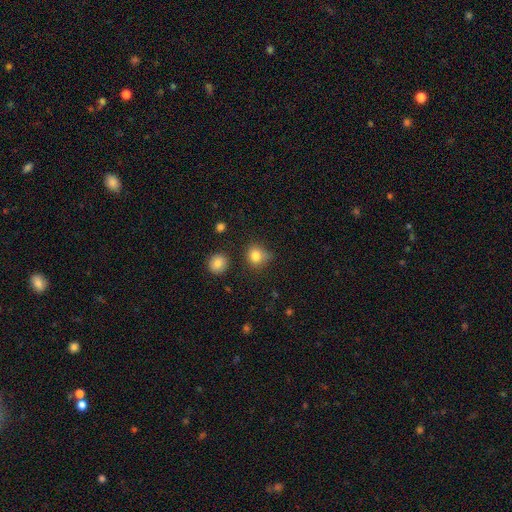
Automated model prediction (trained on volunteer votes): A smooth galaxy with no disk features (81%) that is round (78%).

Vote fractions:
- Smooth or featured? smooth: 81% / star or artifact: 12% / featured or disk: 7%
- How rounded? round: 78% / in between: 21% / cigar-shaped: 1%
- Merging? none: 68% / minor disturbance: 22% / major disturbance: 6% / merger: 4%